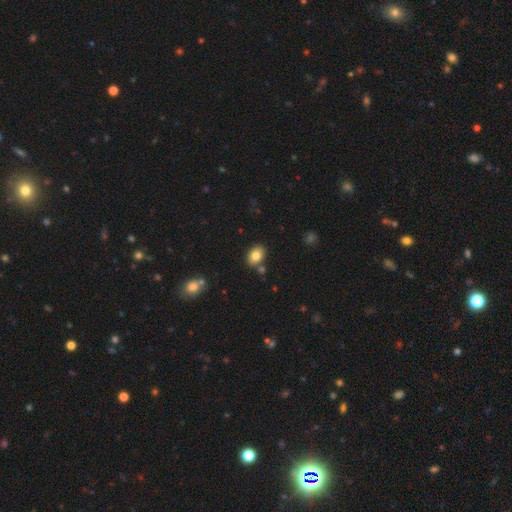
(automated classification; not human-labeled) smooth_or_featured: smooth (p=0.82) [alt: star or artifact p=0.09]
how_rounded: in between (p=0.76) [alt: round p=0.23]
merging: none (p=0.79) [alt: minor disturbance p=0.11]